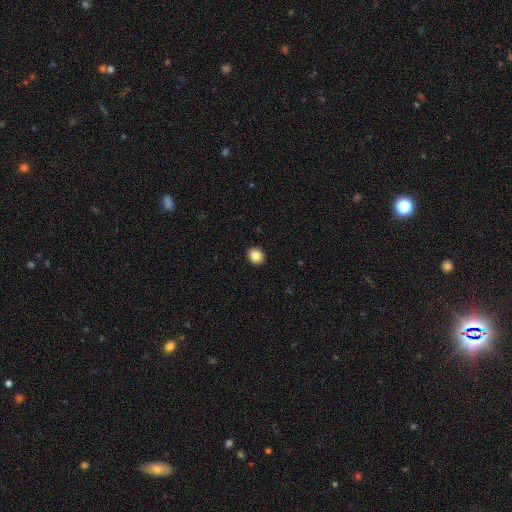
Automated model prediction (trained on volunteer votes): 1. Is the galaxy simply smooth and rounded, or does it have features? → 85% smooth, 10% star or artifact, 5% featured or disk.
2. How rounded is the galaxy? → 73% round, 26% in between, 1% cigar-shaped.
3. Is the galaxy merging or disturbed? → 92% none, 5% minor disturbance, 2% major disturbance, 1% merger.